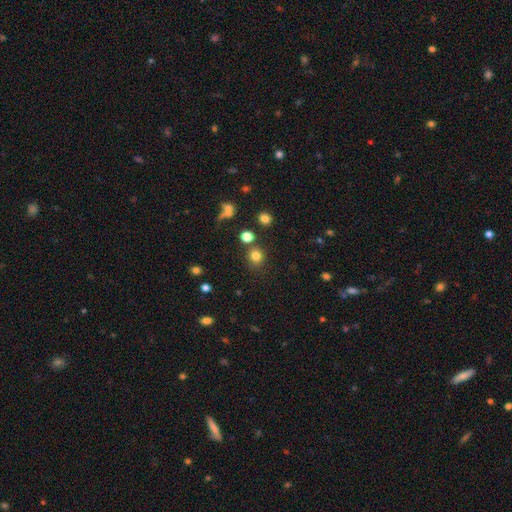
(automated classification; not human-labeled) Morphology: type=smooth (79%); roundness=round (86%); merging=none (78%).